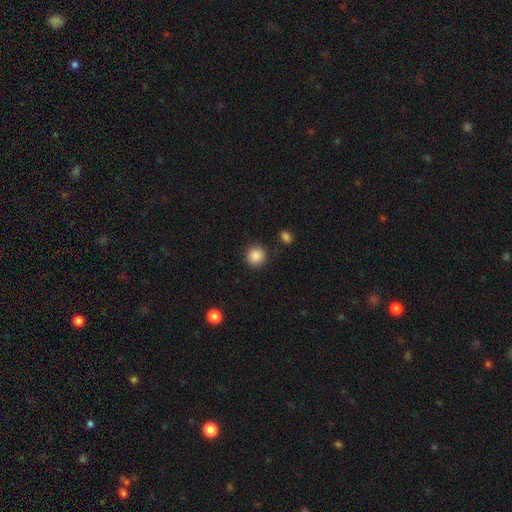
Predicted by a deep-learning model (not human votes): Smooth or featured? Predicted: smooth (p=0.88). How rounded? Predicted: round (p=0.91). Merging? Predicted: none (p=0.88).